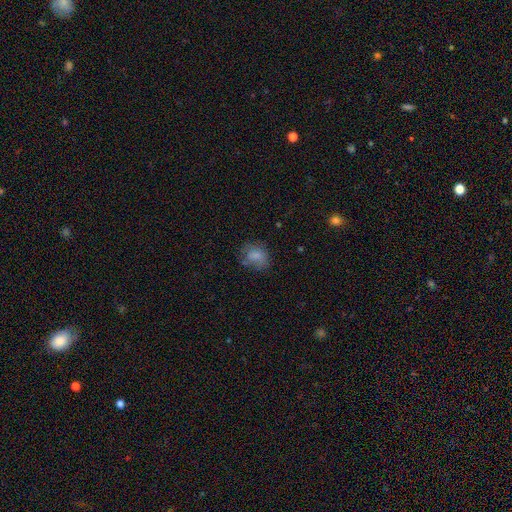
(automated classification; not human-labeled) smooth_or_featured: smooth (p=0.75) [alt: featured or disk p=0.15]
how_rounded: round (p=0.51) [alt: in between p=0.48]
merging: none (p=0.56) [alt: minor disturbance p=0.26]